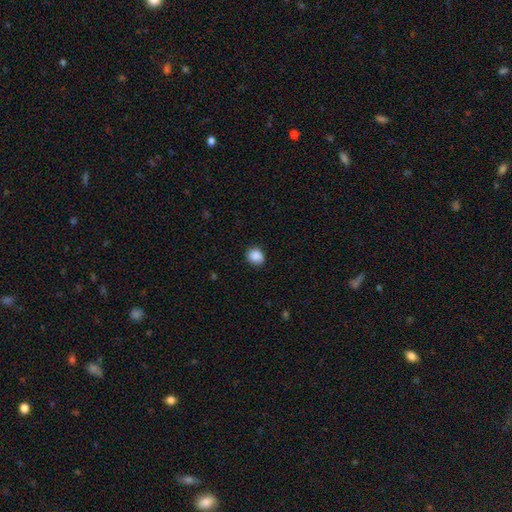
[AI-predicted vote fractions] The model was most divided on "how rounded": round: 72%, in between: 27%, cigar-shaped: 1%. More confident: smooth or featured — smooth (88%); merging — none (84%).